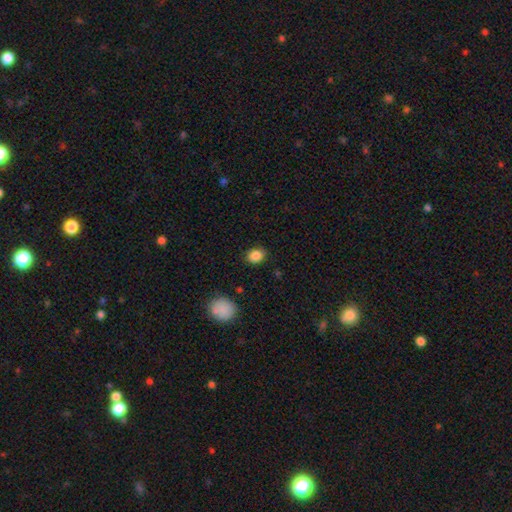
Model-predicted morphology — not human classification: A smooth galaxy with no disk features (87%) that is round (51%). Merging: none (86%).